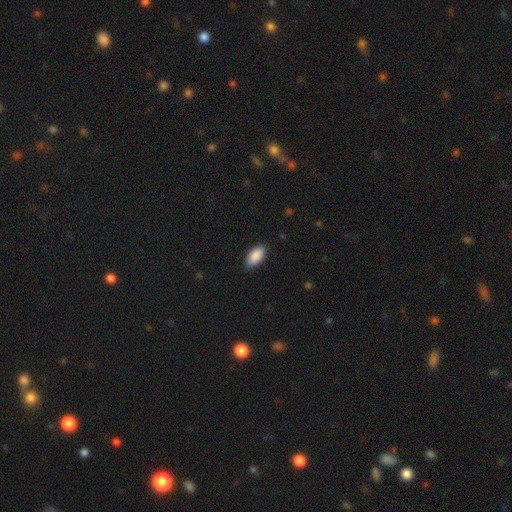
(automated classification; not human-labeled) This is clearly a smooth galaxy (90%). How rounded: clearly in between (93%). Merging: clearly none (83%).